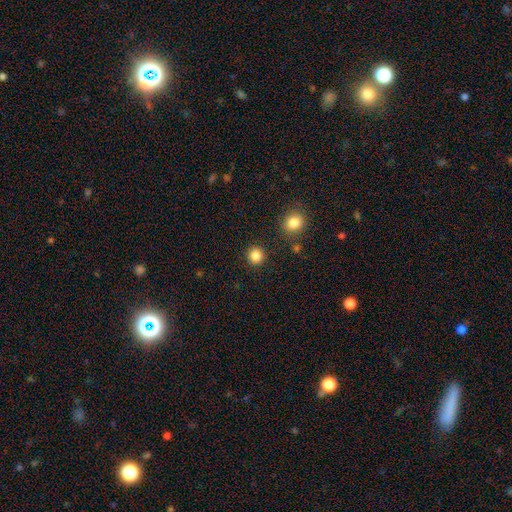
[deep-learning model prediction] A smooth galaxy with no disk features (85%) that is round (93%).

Vote fractions:
- Smooth or featured? smooth: 85% / star or artifact: 11% / featured or disk: 4%
- How rounded? round: 93% / in between: 6% / cigar-shaped: 1%
- Merging? none: 90% / minor disturbance: 5% / merger: 2% / major disturbance: 2%